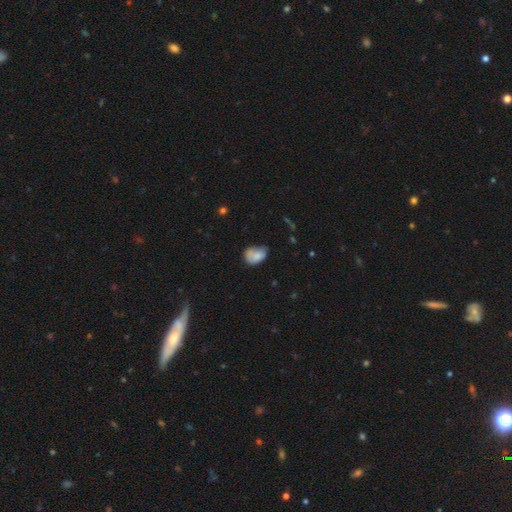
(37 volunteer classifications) smooth_or_featured: smooth (p=0.86) [alt: featured or disk p=0.11]
how_rounded: in between (p=0.84) [alt: round p=0.16]
merging: none (p=0.36) [alt: minor disturbance p=0.28]